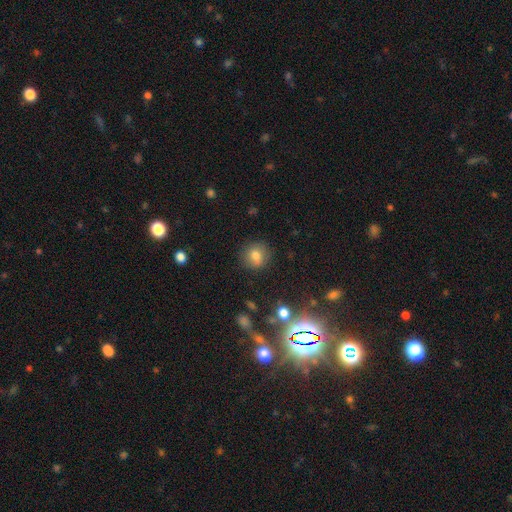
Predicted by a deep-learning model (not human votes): A smooth galaxy with no disk features (75%) that is round (84%).

Vote fractions:
- Smooth or featured? smooth: 75% / star or artifact: 13% / featured or disk: 12%
- How rounded? round: 84% / in between: 15% / cigar-shaped: 1%
- Merging? none: 82% / minor disturbance: 12% / major disturbance: 4% / merger: 3%